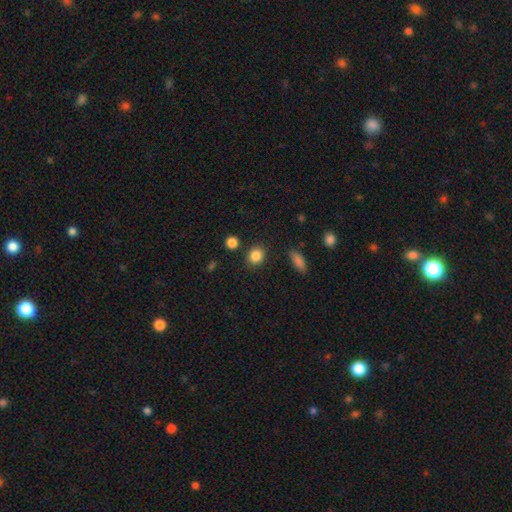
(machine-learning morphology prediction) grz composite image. It shows a smooth galaxy with no disk features (86%) that is round (72%). Merging: none (84%).